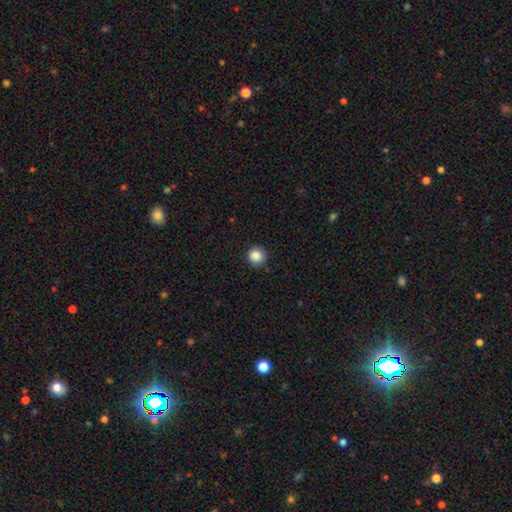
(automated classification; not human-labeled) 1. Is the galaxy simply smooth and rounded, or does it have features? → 87% smooth, 9% star or artifact, 3% featured or disk.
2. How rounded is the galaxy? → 95% round, 4% in between, 1% cigar-shaped.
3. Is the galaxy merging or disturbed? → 91% none, 6% minor disturbance, 2% major disturbance, 1% merger.